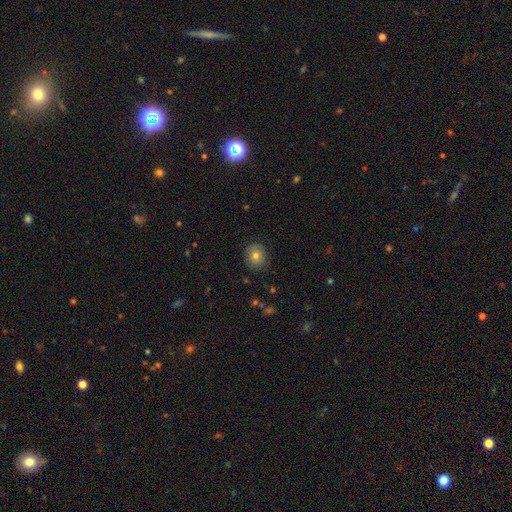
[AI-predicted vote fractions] smooth 75%, featured or disk 13%, star or artifact 12%. Down the decision tree: how rounded — round (77%); merging — none (85%).